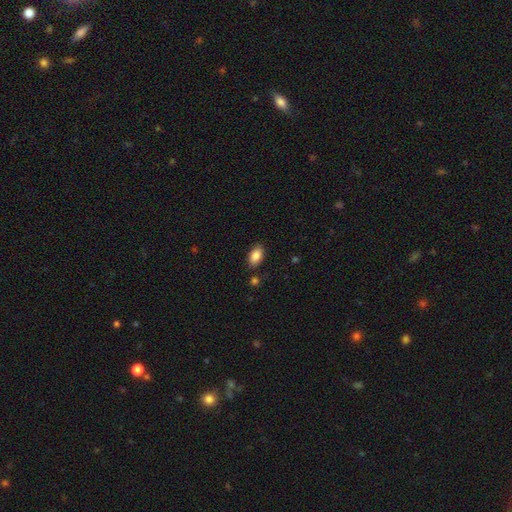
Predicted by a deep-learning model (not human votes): This appears to be a smooth galaxy with no disk features (86%) that is in between round and cigar-shaped (91%). Merging: none (84%).